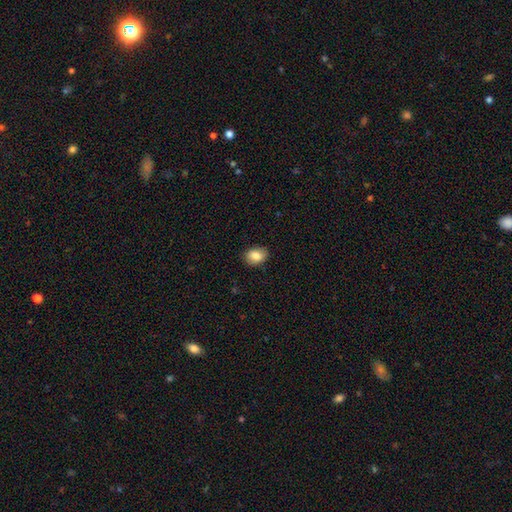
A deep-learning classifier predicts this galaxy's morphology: Smooth or featured? smooth (85%)
How rounded? in between (68%)
Merging? none (84%)